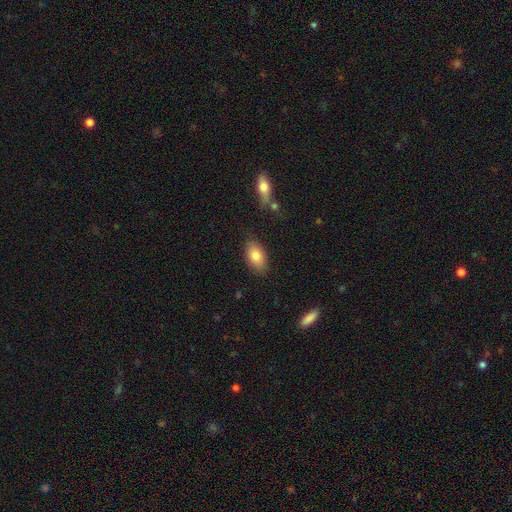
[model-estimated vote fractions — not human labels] Overall: smooth (81%). How rounded: in between (91%). Merging: none (83%).